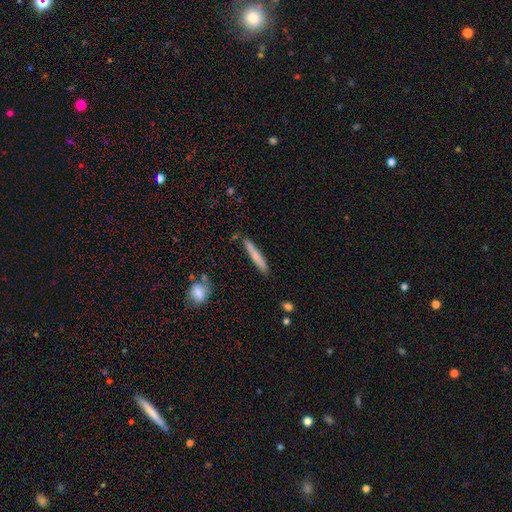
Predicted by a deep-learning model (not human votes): smooth_or_featured: smooth (p=0.70) [alt: featured or disk p=0.24]
how_rounded: cigar-shaped (p=0.95) [alt: in between p=0.04]
merging: none (p=0.86) [alt: minor disturbance p=0.10]